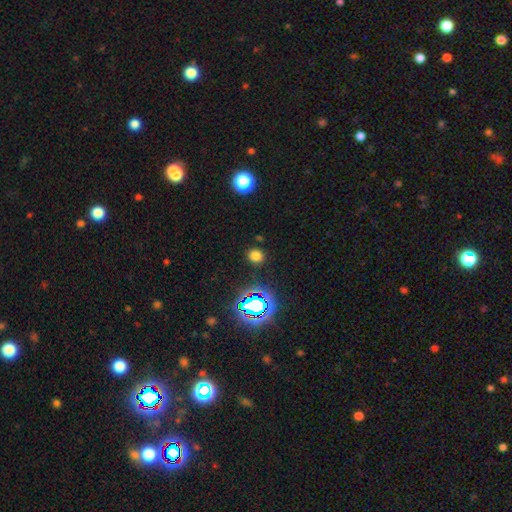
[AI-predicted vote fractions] Overall: smooth (69%). How rounded: round (76%). Merging: none (87%).